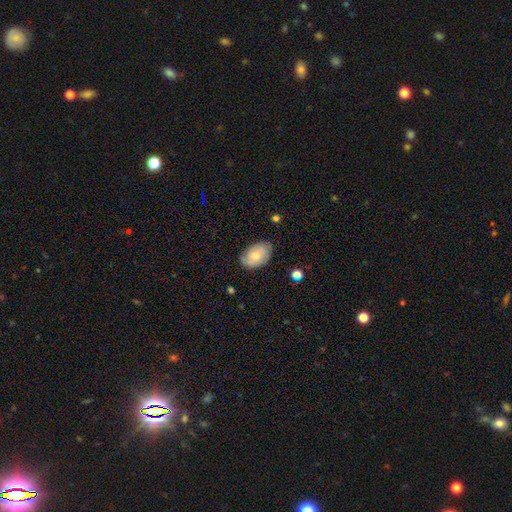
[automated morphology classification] Overall: smooth (59%; featured or disk 34%). How rounded: in between (88%). Merging: none (74%).